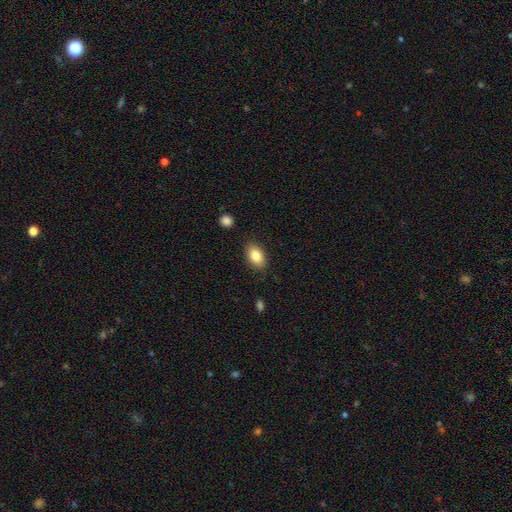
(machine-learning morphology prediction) smooth-or-featured: smooth: 85% | featured or disk: 8% | star or artifact: 7%
  how-rounded: in between: 90% | round: 9% | cigar-shaped: 2%
  merging: none: 84% | minor disturbance: 11% | major disturbance: 3% | merger: 2%